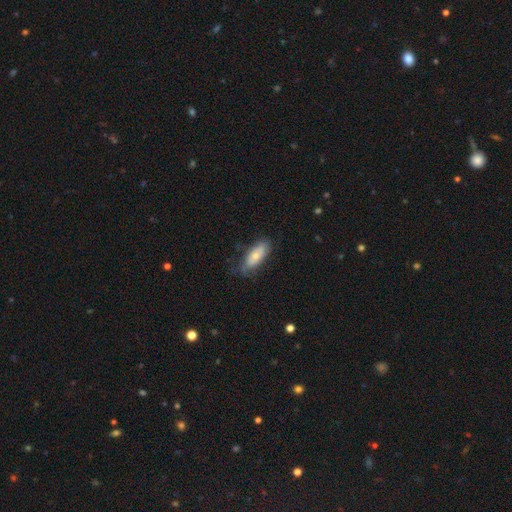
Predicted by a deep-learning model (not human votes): Smooth or featured: smooth — 65% (featured or disk — 29%)
How rounded: in between — 80% (cigar-shaped — 17%)
Merging: none — 64% (minor disturbance — 26%)